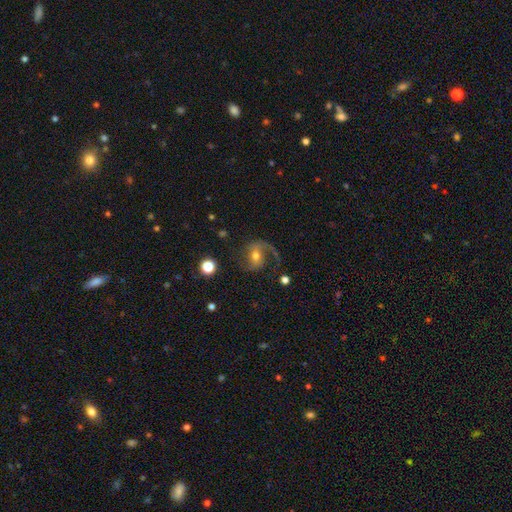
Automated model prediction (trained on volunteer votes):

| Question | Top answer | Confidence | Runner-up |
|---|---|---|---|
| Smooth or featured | featured or disk | 76% | smooth (15%) |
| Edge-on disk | no | 97% | yes (3%) |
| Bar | weak | 43% | no (38%) |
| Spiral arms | yes | 93% | no (7%) |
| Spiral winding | loose | 48% | medium (41%) |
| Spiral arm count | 2 | 56% | 1 (38%) |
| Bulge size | moderate | 64% | small (26%) |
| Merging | none | 58% | major disturbance (24%) |